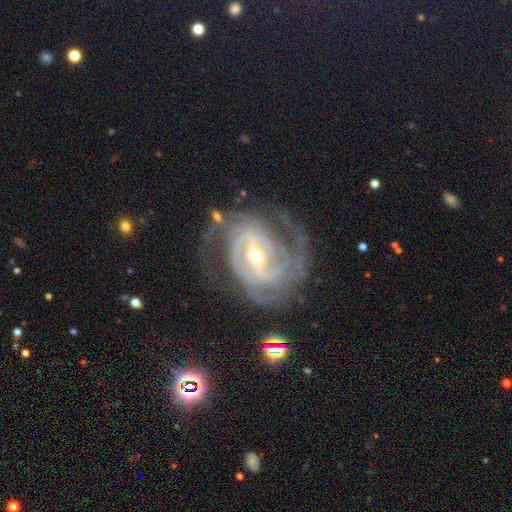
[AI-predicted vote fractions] Smooth or featured? featured or disk (92%)
Edge-on disk? no (97%)
Bar? strong (50%)
Spiral arms? yes (98%)
Spiral winding? tight (55%)
Spiral arm count? 2 (38%)
Bulge size? small (58%)
Merging? none (66%)